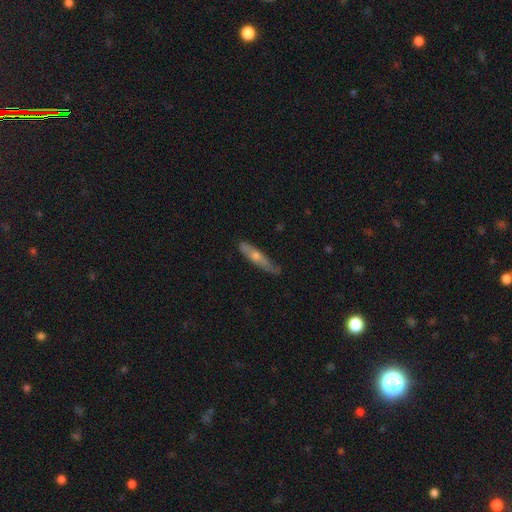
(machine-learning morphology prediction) Q: Smooth or featured?
A: featured or disk (53%); runner-up: smooth (41%)
Q: Edge-on disk?
A: yes (72%); runner-up: no (28%)
Q: Merging?
A: none (71%); runner-up: minor disturbance (23%)